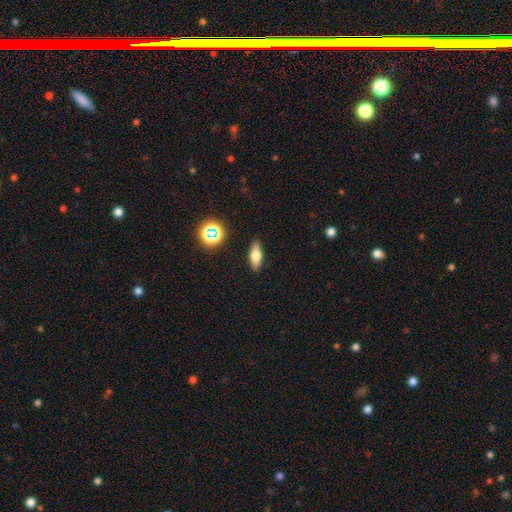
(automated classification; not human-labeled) Smooth or featured? smooth (64%)
How rounded? in between (65%)
Merging? none (88%)